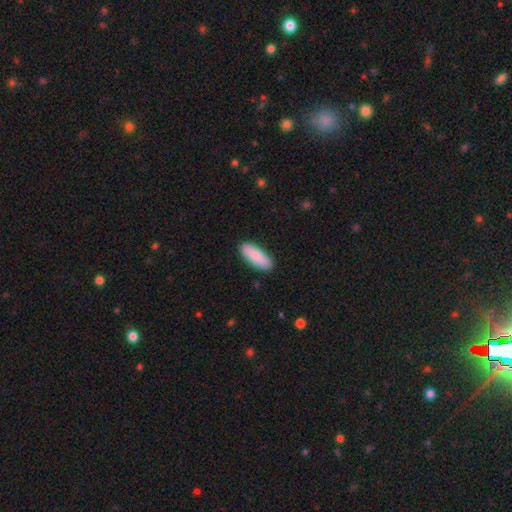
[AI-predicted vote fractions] Smooth or featured? Predicted: smooth (p=0.88). How rounded? Predicted: in between (p=0.66). Merging? Predicted: none (p=0.87).